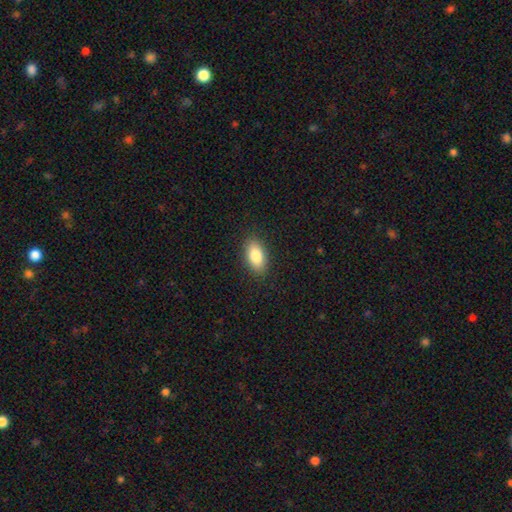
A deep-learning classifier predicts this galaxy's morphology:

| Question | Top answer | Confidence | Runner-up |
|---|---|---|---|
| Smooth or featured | smooth | 84% | featured or disk (9%) |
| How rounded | in between | 91% | cigar-shaped (5%) |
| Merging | none | 89% | minor disturbance (8%) |